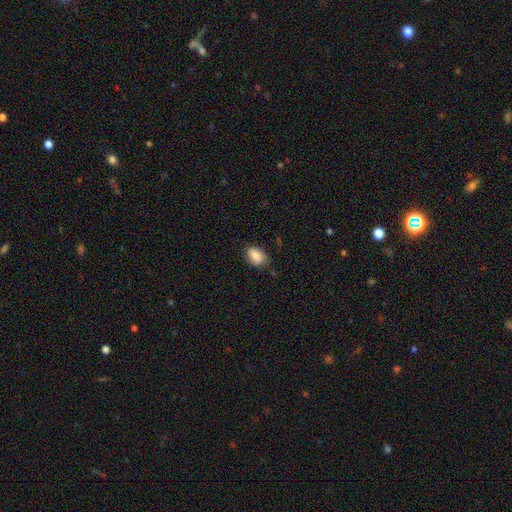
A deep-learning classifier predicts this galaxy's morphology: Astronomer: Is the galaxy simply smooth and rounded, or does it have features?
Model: smooth — 86%.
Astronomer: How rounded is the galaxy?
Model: in between — 85%.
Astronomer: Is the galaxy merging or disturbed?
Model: none — 70%.